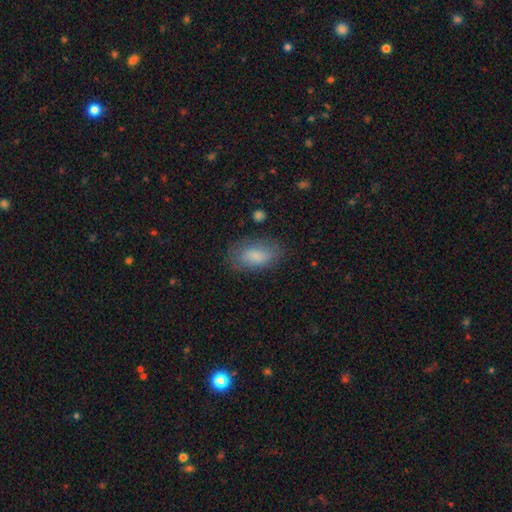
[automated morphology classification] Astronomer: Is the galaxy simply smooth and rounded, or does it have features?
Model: smooth — 83%.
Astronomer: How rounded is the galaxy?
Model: in between — 92%.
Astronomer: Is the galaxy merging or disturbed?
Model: none — 73%.